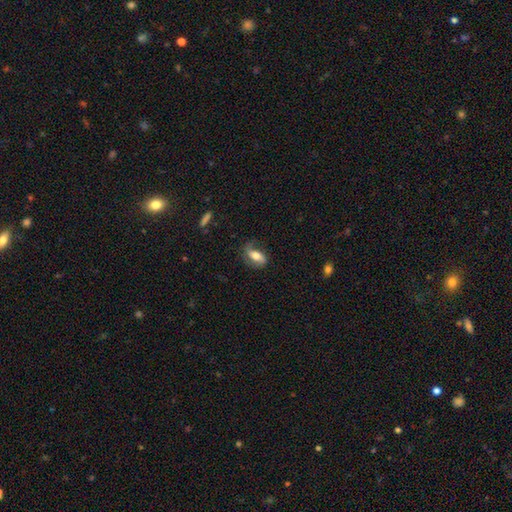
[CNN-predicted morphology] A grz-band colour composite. It shows a smooth galaxy with no disk features (47%). Merging: none (61%).